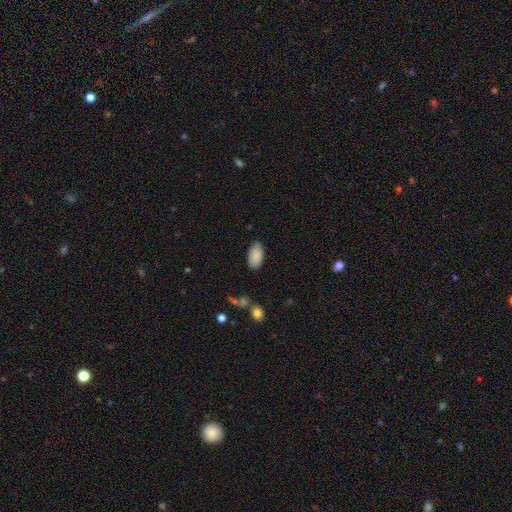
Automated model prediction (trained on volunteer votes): Smooth or featured?
  - smooth: 88% *
  - star or artifact: 7%
  - featured or disk: 6%
How rounded?
  - in between: 95% *
  - round: 3%
  - cigar-shaped: 2%
Merging?
  - none: 79% *
  - minor disturbance: 17%
  - major disturbance: 3%
  - merger: 2%